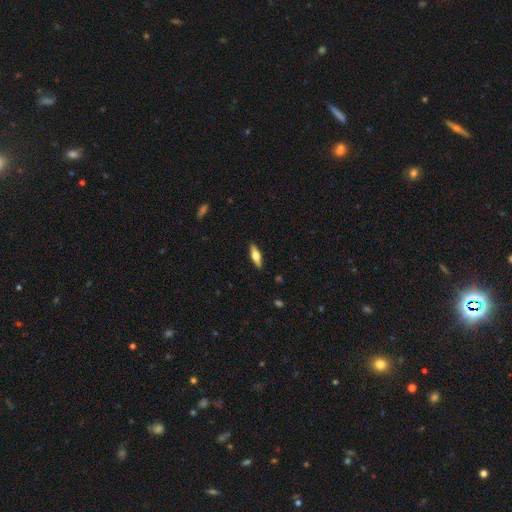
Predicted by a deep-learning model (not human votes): Smooth or featured? Predicted: featured or disk (p=0.50). Merging? Predicted: none (p=0.90).